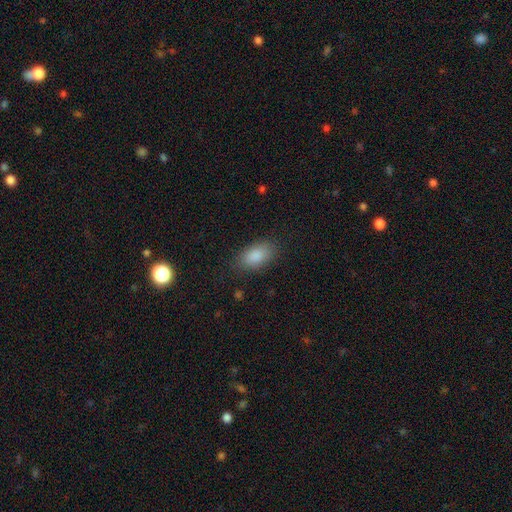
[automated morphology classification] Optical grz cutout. It shows a smooth galaxy with no disk features (87%) that is in between round and cigar-shaped (92%). Merging: none (82%).